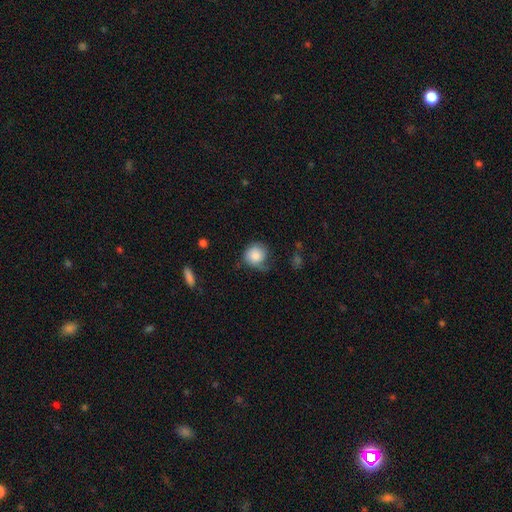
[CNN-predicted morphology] smooth-or-featured: smooth: 80% | featured or disk: 13% | star or artifact: 7%
  how-rounded: round: 83% | in between: 16% | cigar-shaped: 1%
  merging: none: 47% | minor disturbance: 34% | major disturbance: 17% | merger: 2%